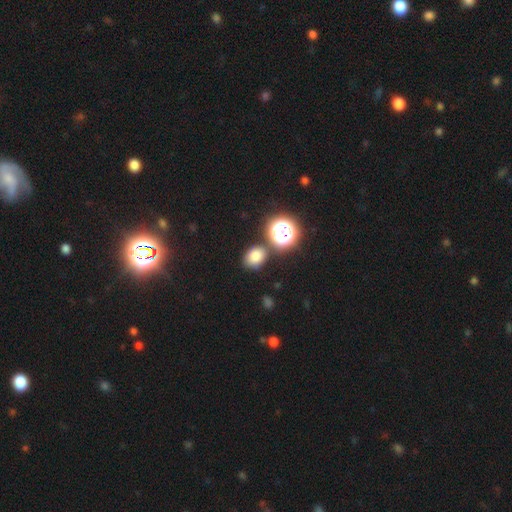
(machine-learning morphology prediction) Q: Smooth or featured?
A: smooth (75%); runner-up: star or artifact (18%)
Q: How rounded?
A: in between (54%); runner-up: round (45%)
Q: Merging?
A: none (73%); runner-up: minor disturbance (13%)